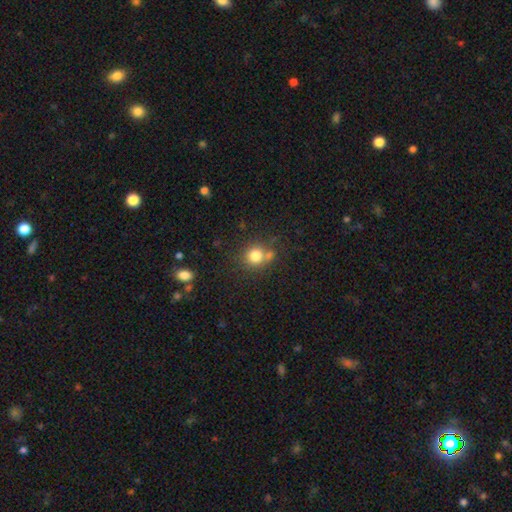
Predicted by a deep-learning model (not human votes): smooth_or_featured: smooth (p=0.80) [alt: star or artifact p=0.12]
how_rounded: round (p=0.87) [alt: in between p=0.12]
merging: none (p=0.63) [alt: merger p=0.21]